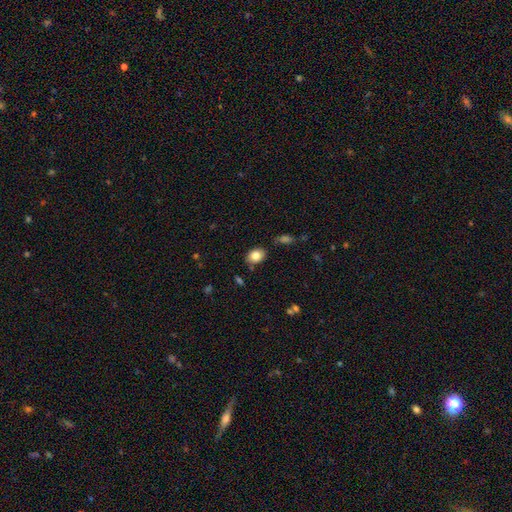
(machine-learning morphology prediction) A smooth galaxy with no disk features (83%) that is in between round and cigar-shaped (69%). Merging: none (81%).